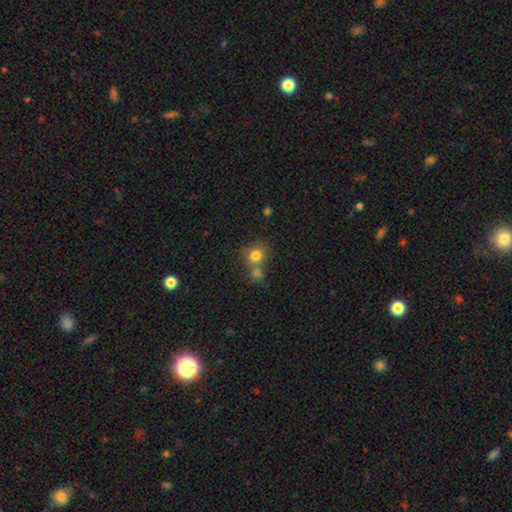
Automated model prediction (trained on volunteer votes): Smooth or featured? Predicted: smooth (p=0.78). How rounded? Predicted: round (p=0.80). Merging? Predicted: none (p=0.45).